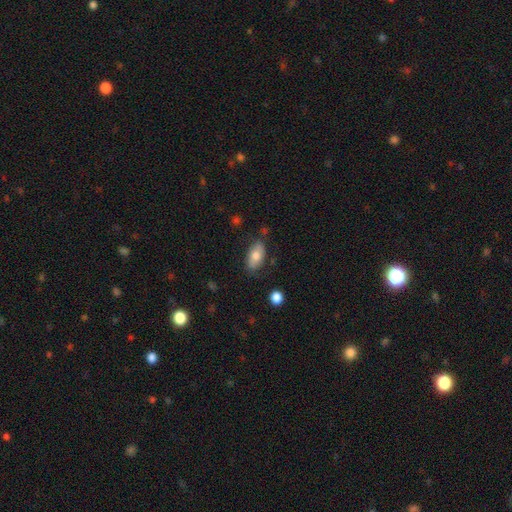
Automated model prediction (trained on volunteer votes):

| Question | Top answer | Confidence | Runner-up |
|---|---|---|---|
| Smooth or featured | smooth | 77% | featured or disk (16%) |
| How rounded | in between | 92% | cigar-shaped (4%) |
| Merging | none | 76% | minor disturbance (17%) |